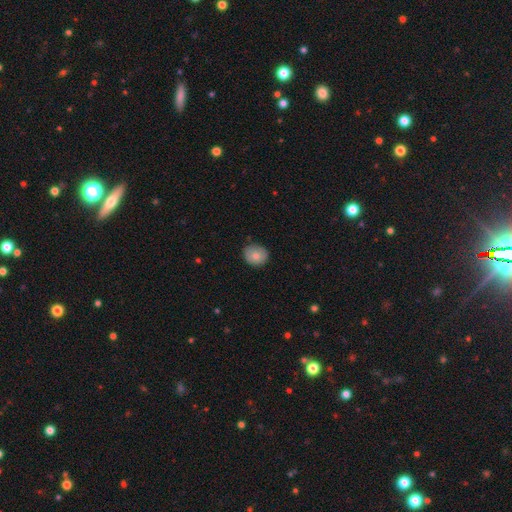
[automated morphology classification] smooth_or_featured: smooth (p=0.77) [alt: featured or disk p=0.15]
how_rounded: round (p=0.78) [alt: in between p=0.21]
merging: none (p=0.83) [alt: minor disturbance p=0.14]